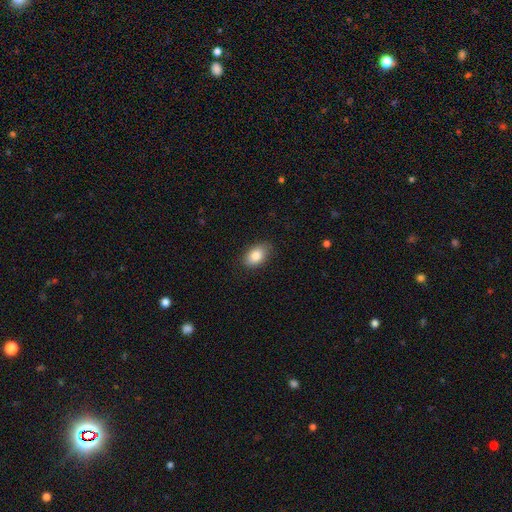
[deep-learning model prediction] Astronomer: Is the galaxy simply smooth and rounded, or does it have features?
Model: smooth — 85%.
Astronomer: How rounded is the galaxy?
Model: in between — 89%.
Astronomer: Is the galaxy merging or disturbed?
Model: none — 82%.